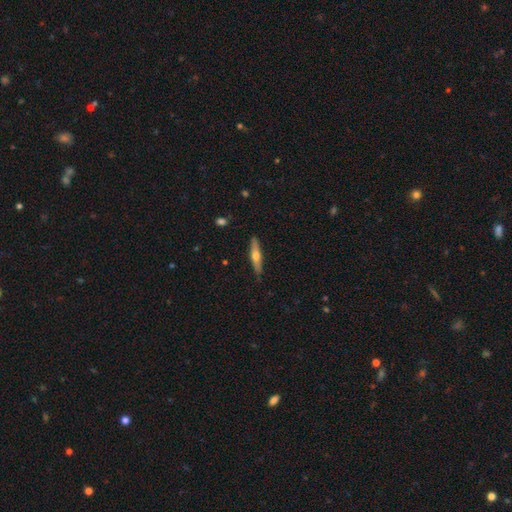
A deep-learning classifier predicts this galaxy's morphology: The model was most divided on "smooth or featured": featured or disk: 54%, smooth: 40%, star or artifact: 6%. More confident: edge-on disk — yes (94%); edge-on bulge — rounded (92%); merging — none (88%).